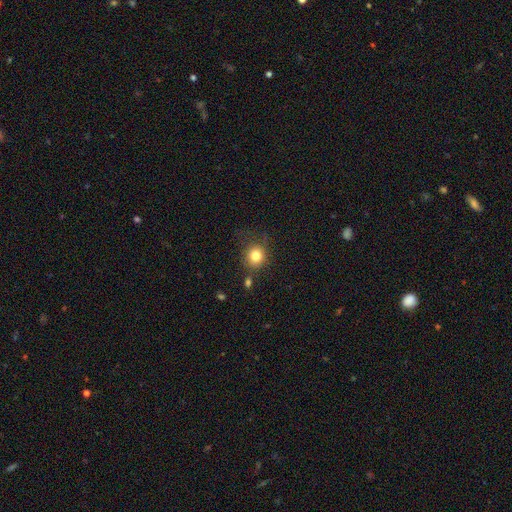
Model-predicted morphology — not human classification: type=smooth (81%); roundness=round (83%); merging=none (73%).